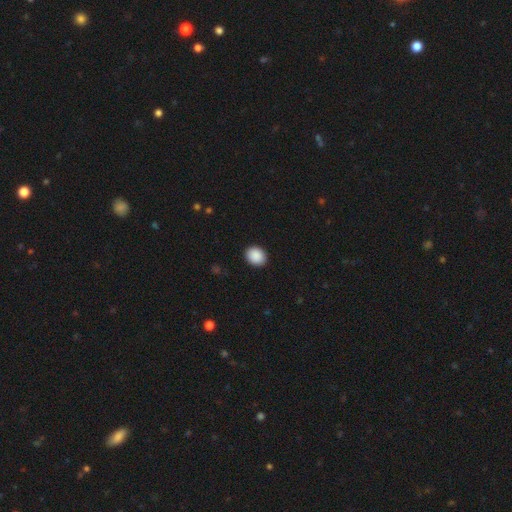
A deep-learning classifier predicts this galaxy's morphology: smooth_or_featured: smooth (p=0.90) [alt: star or artifact p=0.07]
how_rounded: round (p=0.59) [alt: in between p=0.40]
merging: none (p=0.91) [alt: minor disturbance p=0.06]